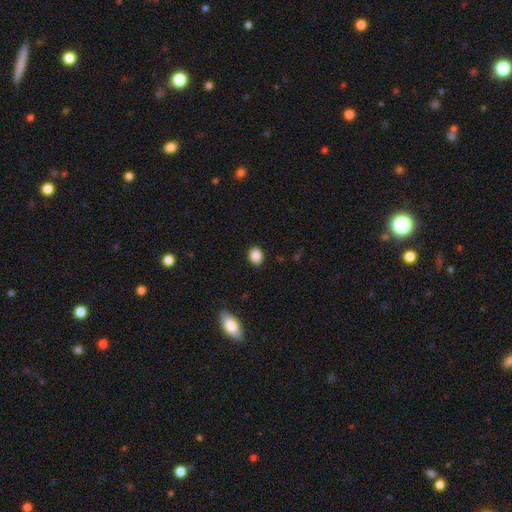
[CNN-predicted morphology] smooth-or-featured: smooth: 88% | star or artifact: 8% | featured or disk: 4%
  how-rounded: in between: 52% | round: 47% | cigar-shaped: 1%
  merging: none: 89% | minor disturbance: 7% | major disturbance: 2% | merger: 1%